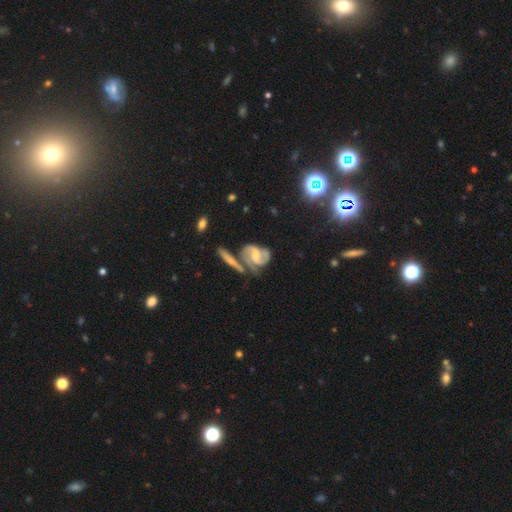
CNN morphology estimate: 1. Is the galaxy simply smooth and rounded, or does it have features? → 82% featured or disk, 11% smooth, 6% star or artifact.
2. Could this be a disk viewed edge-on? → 95% no, 5% yes.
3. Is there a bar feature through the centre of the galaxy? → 45% weak, 37% no, 18% strong.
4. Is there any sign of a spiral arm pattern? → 95% yes, 5% no.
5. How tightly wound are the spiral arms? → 51% medium, 34% tight, 15% loose.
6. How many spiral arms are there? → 64% 2, 16% 3, 11% can't tell, 4% 1, 3% 4, 2% more than 4.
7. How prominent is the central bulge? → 50% small, 42% moderate, 5% none, 3% large, 1% dominant.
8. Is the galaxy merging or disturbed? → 45% none, 23% merger, 19% minor disturbance, 13% major disturbance.